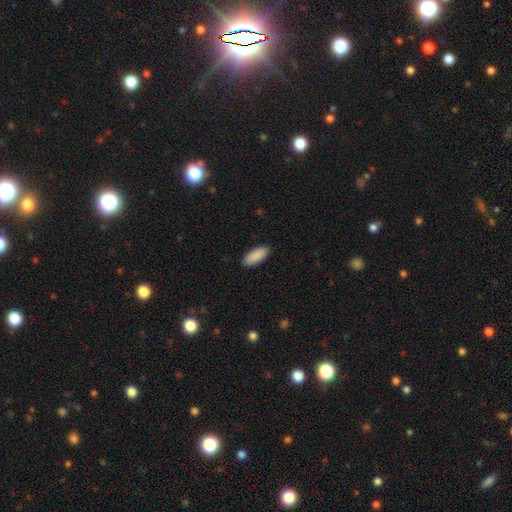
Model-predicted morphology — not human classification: Smooth or featured: smooth — 91% (star or artifact — 6%)
How rounded: in between — 81% (cigar-shaped — 17%)
Merging: none — 90% (minor disturbance — 8%)